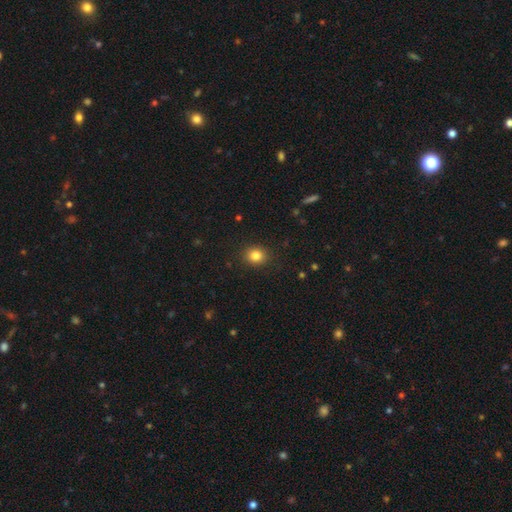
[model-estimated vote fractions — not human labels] This appears to be a smooth galaxy with no disk features (83%) that is round (72%). Merging: none (90%).